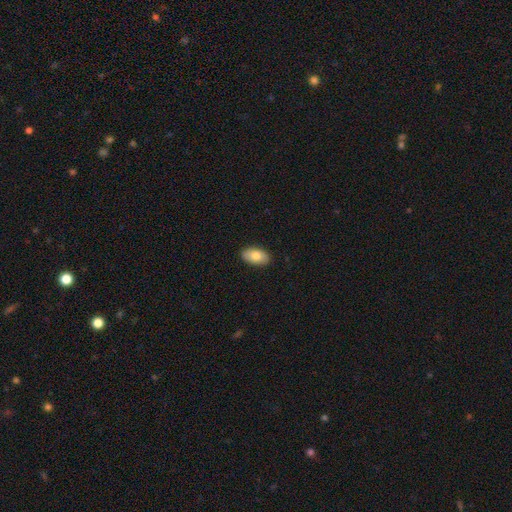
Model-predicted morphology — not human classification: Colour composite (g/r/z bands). It shows a smooth galaxy with no disk features (80%) that is in between round and cigar-shaped (94%). Merging: none (89%).